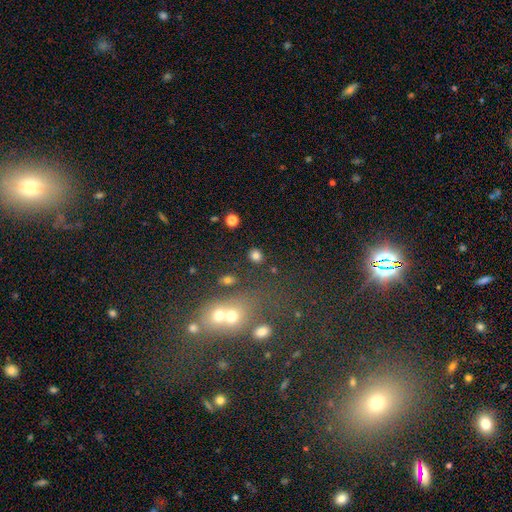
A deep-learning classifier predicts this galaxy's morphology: A smooth galaxy with no disk features (80%) that is round (69%). Merging: none (83%).